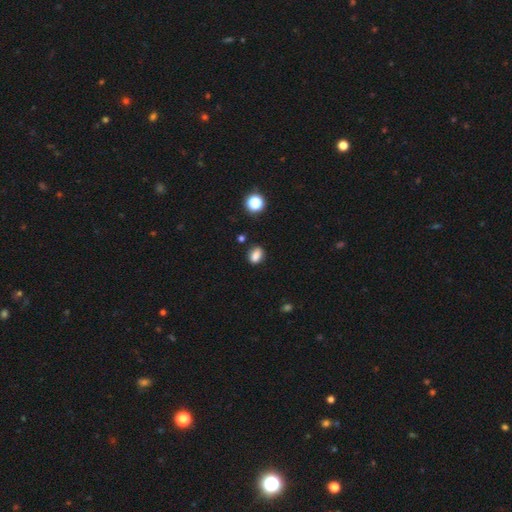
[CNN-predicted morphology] Overall: smooth (84%). How rounded: in between (71%). Merging: none (82%).